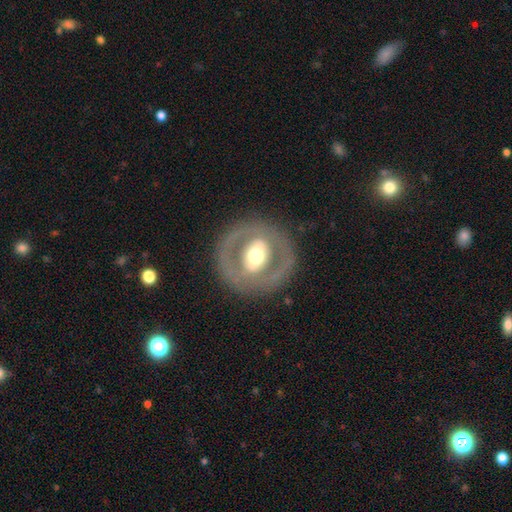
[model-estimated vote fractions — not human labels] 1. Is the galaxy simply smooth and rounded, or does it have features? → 63% featured or disk, 31% smooth, 6% star or artifact.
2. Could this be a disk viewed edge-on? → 92% no, 8% yes.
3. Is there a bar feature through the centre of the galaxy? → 37% no, 36% strong, 27% weak.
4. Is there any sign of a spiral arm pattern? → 84% no, 16% yes.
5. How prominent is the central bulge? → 60% moderate, 27% large, 8% small, 3% dominant, 1% none.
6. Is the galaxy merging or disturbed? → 81% none, 10% minor disturbance, 8% major disturbance, 1% merger.